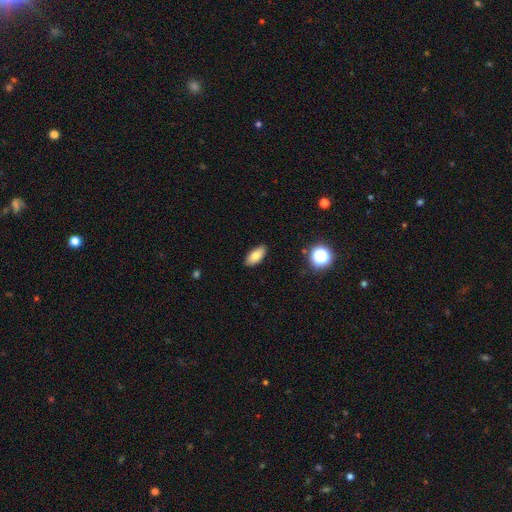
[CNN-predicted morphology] smooth_or_featured: smooth (p=0.82) [alt: featured or disk p=0.09]
how_rounded: in between (p=0.90) [alt: cigar-shaped p=0.07]
merging: none (p=0.88) [alt: minor disturbance p=0.09]